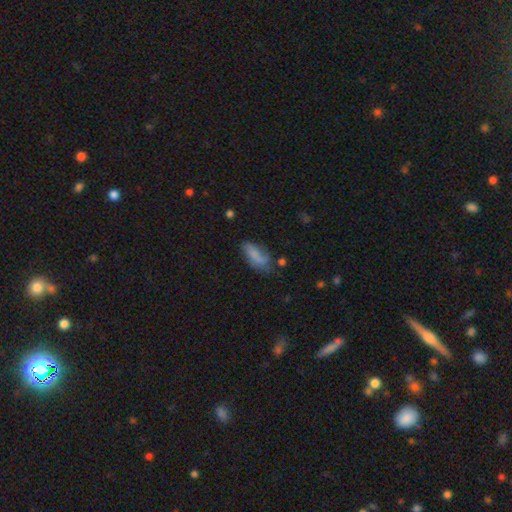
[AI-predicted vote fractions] This appears to be a smooth galaxy with no disk features (70%) that is in between round and cigar-shaped (78%). Merging: none (48%).